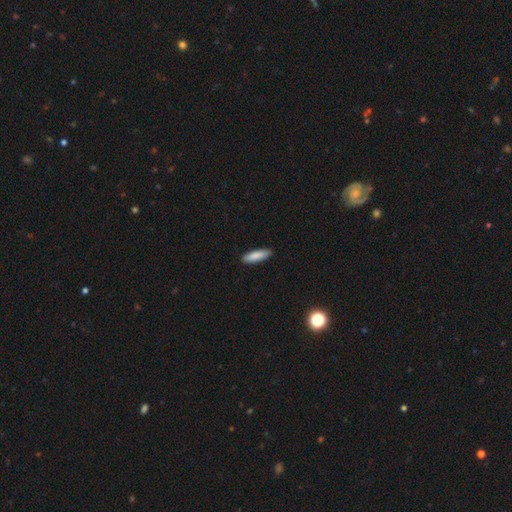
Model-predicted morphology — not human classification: A smooth galaxy with no disk features (87%) that is cigar-shaped (62%). Merging: none (90%).